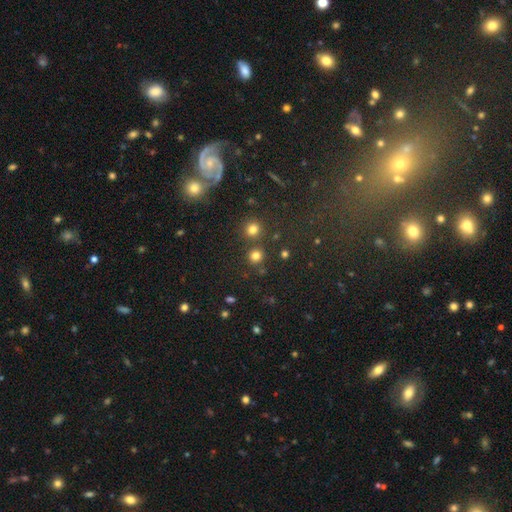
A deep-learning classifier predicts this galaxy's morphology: Overall: smooth (77%). How rounded: round (91%). Merging: none (79%).